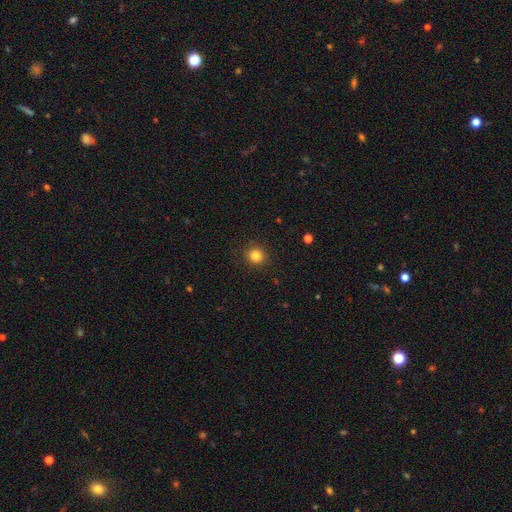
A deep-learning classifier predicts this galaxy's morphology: This appears to be a smooth galaxy with no disk features (83%) that is round (93%). Merging: none (91%).